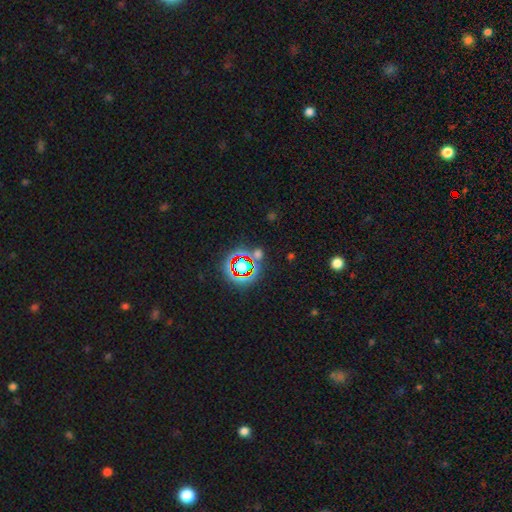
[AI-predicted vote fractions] The model was most divided on "smooth or featured": star or artifact: 71%, smooth: 19%, featured or disk: 10%.